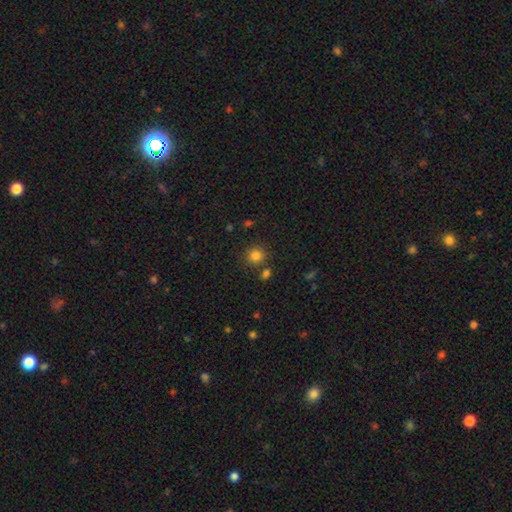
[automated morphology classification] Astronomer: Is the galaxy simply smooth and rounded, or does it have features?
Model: smooth — 83%.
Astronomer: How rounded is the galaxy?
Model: round — 87%.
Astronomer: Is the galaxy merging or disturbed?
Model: none — 78%.